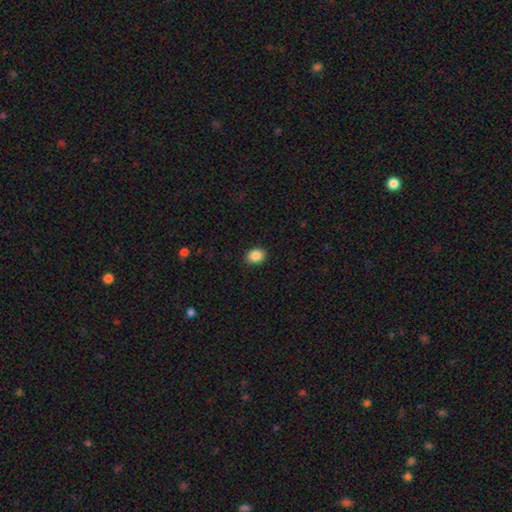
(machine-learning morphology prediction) Smooth or featured? smooth (88%)
How rounded? in between (57%)
Merging? none (90%)